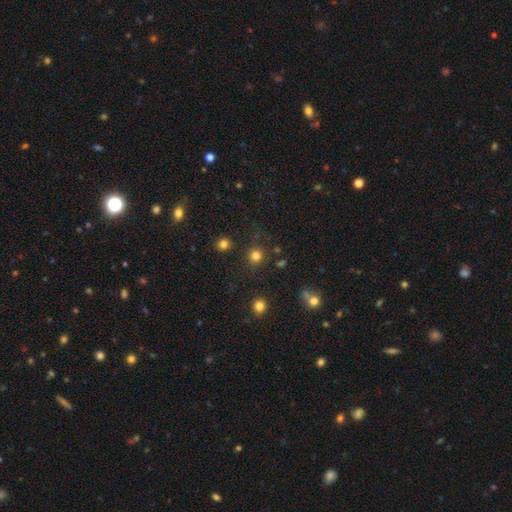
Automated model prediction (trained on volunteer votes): Smooth or featured: smooth — 81% (star or artifact — 15%)
How rounded: round — 92% (in between — 7%)
Merging: none — 87% (minor disturbance — 7%)